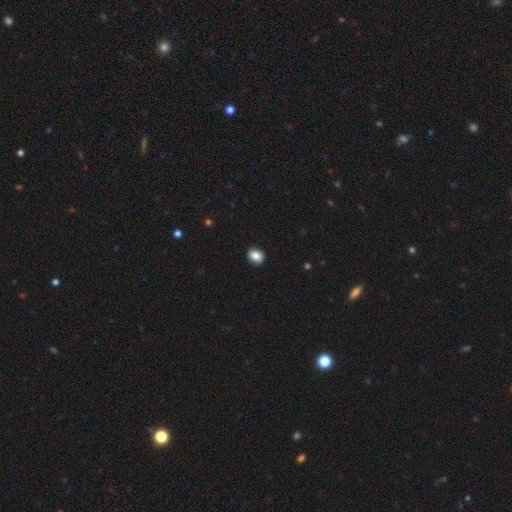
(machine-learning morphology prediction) Overall: smooth (83%). How rounded: round (52%; in between 47%). Merging: none (88%).